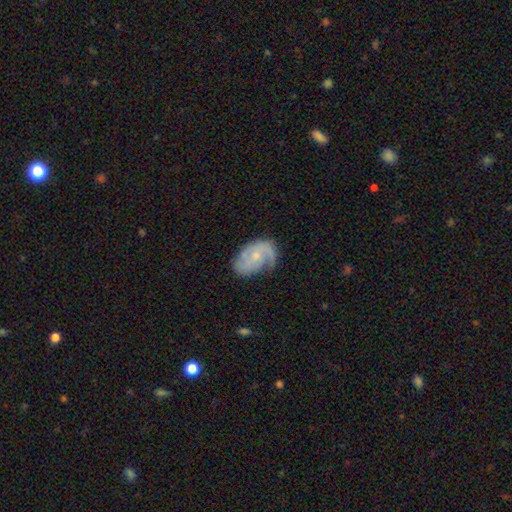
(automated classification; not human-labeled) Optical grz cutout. It shows a featured or disk galaxy (71%) with no bar (71%), 2 (45%) medium (41%) spiral arms (91%) and a small central bulge (68%). Merging: none (59%).